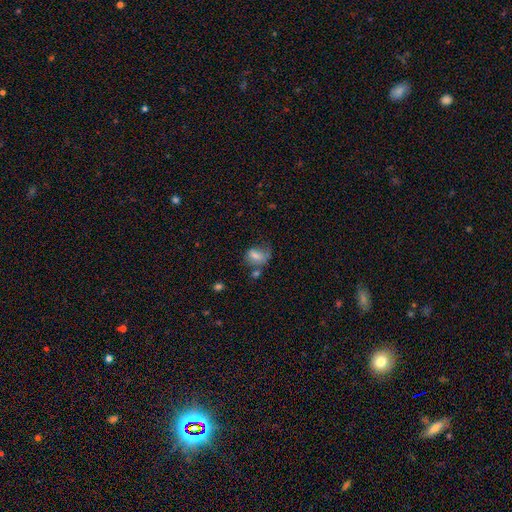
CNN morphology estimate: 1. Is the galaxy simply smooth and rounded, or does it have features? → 59% smooth, 27% featured or disk, 14% star or artifact.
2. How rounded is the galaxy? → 71% in between, 27% round, 2% cigar-shaped.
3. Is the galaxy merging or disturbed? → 35% none, 28% minor disturbance, 26% major disturbance, 11% merger.